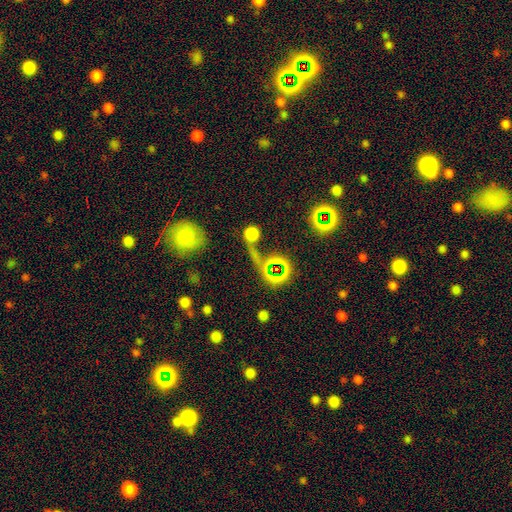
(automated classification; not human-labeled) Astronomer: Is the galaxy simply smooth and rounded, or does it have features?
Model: star or artifact — 48% (runner-up: smooth, 32%).